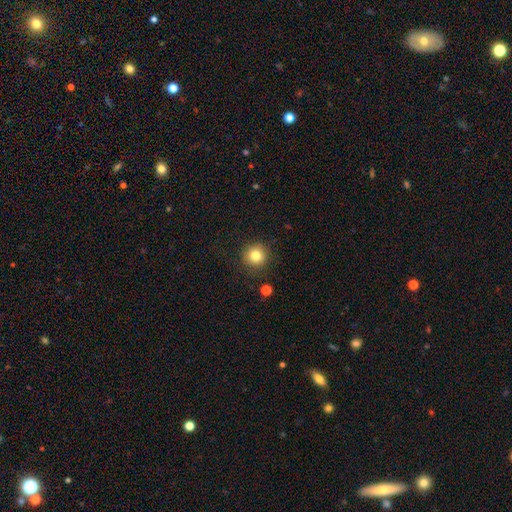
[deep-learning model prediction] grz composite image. It shows a smooth galaxy with no disk features (82%) that is round (94%). Merging: none (89%).